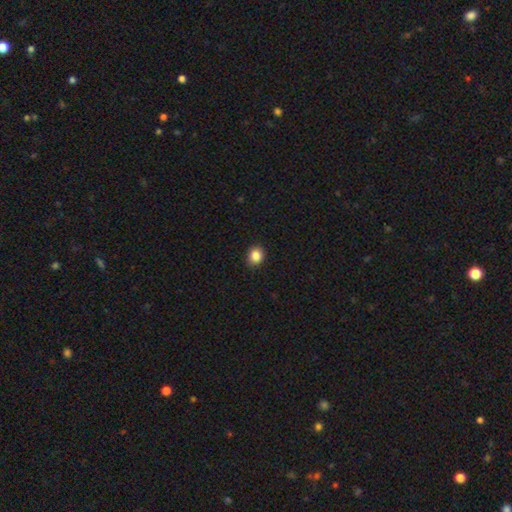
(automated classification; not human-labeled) Smooth or featured? Predicted: smooth (p=0.86). How rounded? Predicted: round (p=0.75). Merging? Predicted: none (p=0.89).